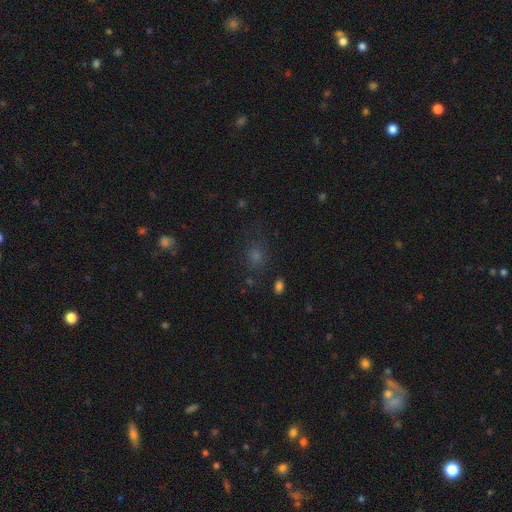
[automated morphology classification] The model was most divided on "smooth or featured": smooth: 54%, star or artifact: 37%, featured or disk: 10%. More confident: merging — none (75%); how rounded — round (65%).